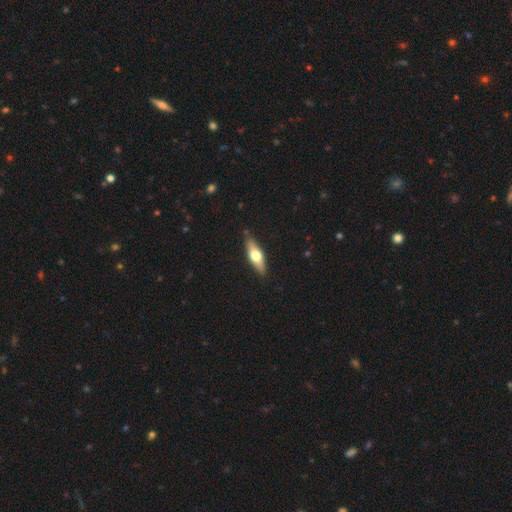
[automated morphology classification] type=smooth (50%); roundness=cigar-shaped (51%); merging=none (87%).